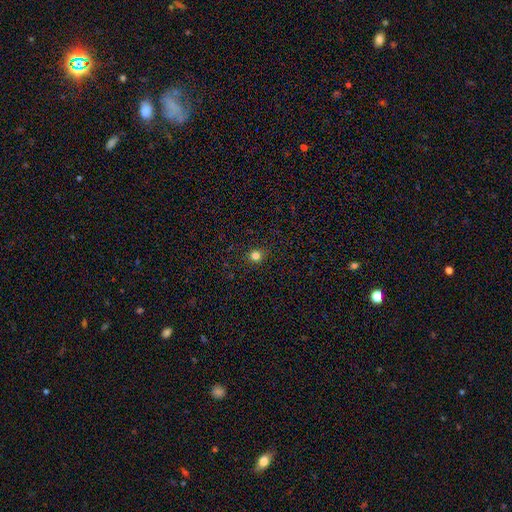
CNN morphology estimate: A smooth galaxy with no disk features (80%) that is round (89%). Merging: none (91%).